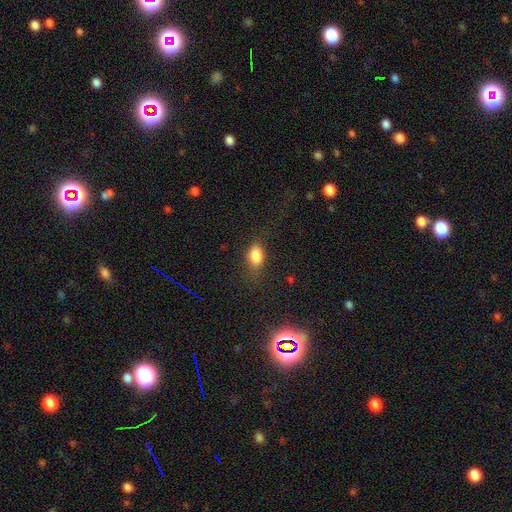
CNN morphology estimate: A smooth galaxy with no disk features (82%) that is in between round and cigar-shaped (82%). Merging: none (71%).